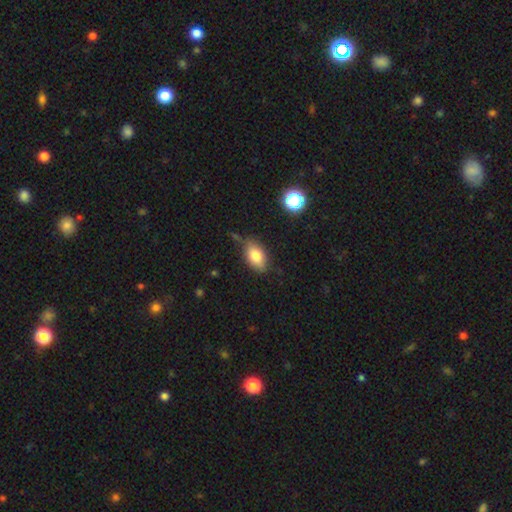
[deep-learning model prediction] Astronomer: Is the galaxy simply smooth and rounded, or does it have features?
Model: smooth — 78%.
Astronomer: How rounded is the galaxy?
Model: in between — 88%.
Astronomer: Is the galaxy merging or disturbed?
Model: none — 70%.